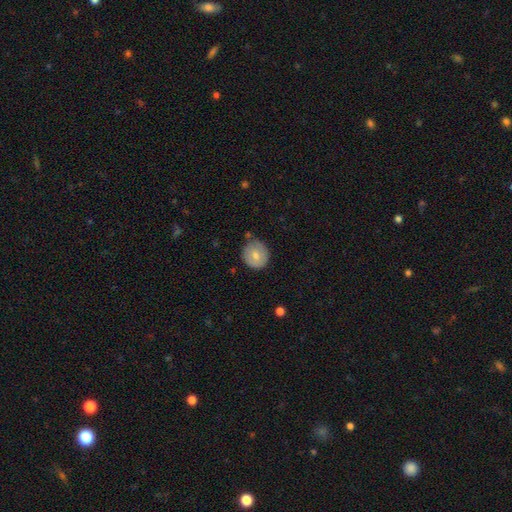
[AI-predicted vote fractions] A smooth galaxy with no disk features (71%) that is round (88%).

Vote fractions:
- Smooth or featured? smooth: 71% / featured or disk: 22% / star or artifact: 7%
- How rounded? round: 88% / in between: 11% / cigar-shaped: 1%
- Merging? none: 75% / minor disturbance: 18% / merger: 4% / major disturbance: 3%